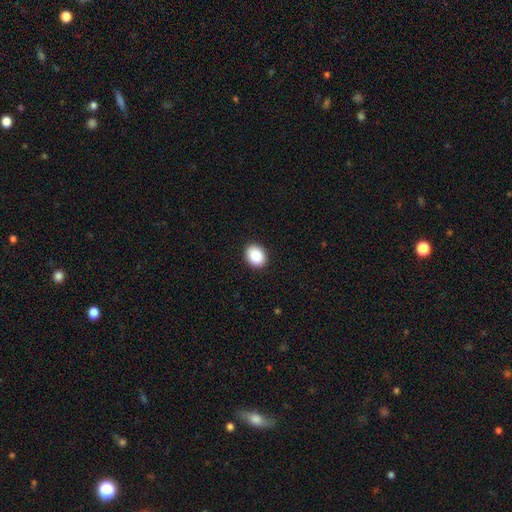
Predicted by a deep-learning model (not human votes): Smooth or featured? Predicted: smooth (p=0.89). How rounded? Predicted: in between (p=0.61). Merging? Predicted: none (p=0.91).